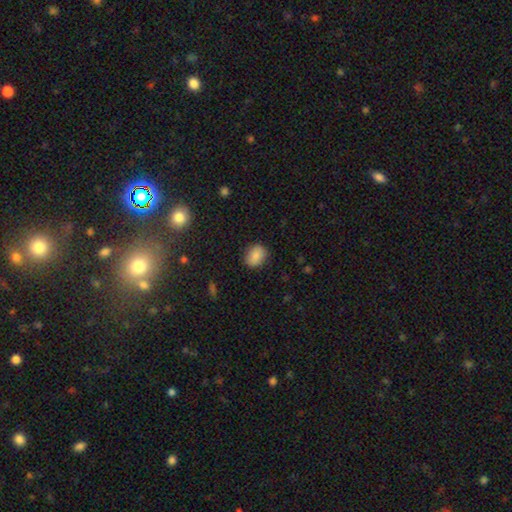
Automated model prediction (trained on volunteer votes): Smooth or featured: smooth — 85% (star or artifact — 8%)
How rounded: in between — 58% (round — 41%)
Merging: none — 86% (minor disturbance — 10%)